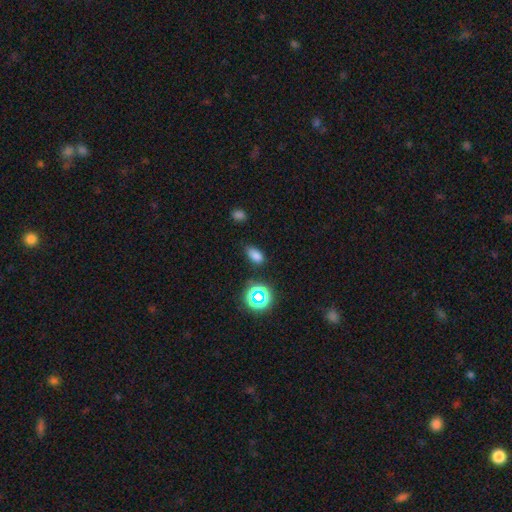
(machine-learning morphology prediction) Q: Smooth or featured?
A: smooth (75%); runner-up: star or artifact (19%)
Q: How rounded?
A: in between (86%); runner-up: round (11%)
Q: Merging?
A: none (79%); runner-up: minor disturbance (15%)